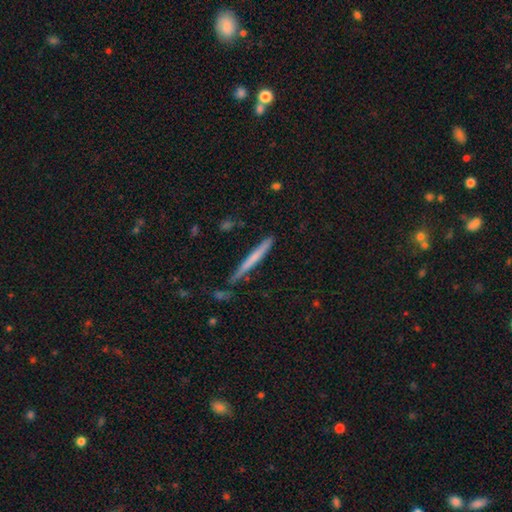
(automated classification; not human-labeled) Q: Smooth or featured?
A: smooth (57%); runner-up: featured or disk (37%)
Q: How rounded?
A: cigar-shaped (97%); runner-up: in between (2%)
Q: Merging?
A: none (80%); runner-up: minor disturbance (14%)